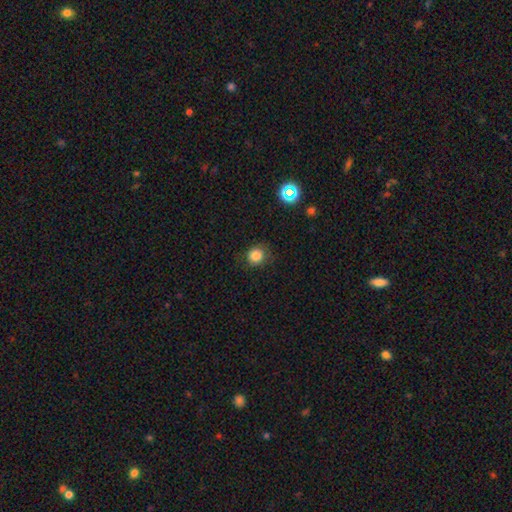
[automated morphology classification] A smooth galaxy with no disk features (82%) that is round (85%). Merging: none (81%).